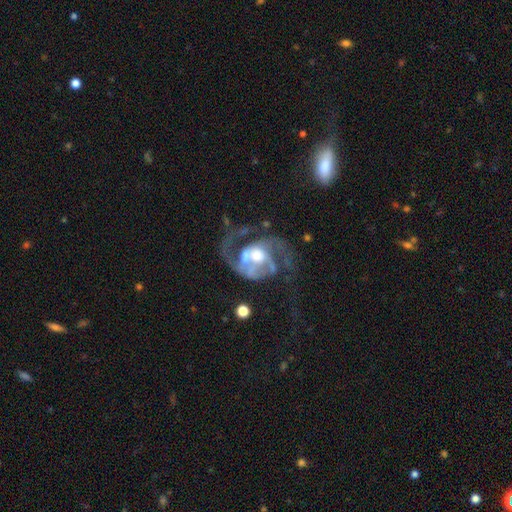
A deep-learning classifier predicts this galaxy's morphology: This is clearly a featured or disk galaxy (87%). It is clearly not viewed edge-on (98%). Bar: possibly no (55%). Spiral arm pattern: clearly yes (92%). Spiral arm count: likely 2 (76%). Spiral winding: possibly medium (48%). Central bulge: possibly moderate (58%). Merging: marginally none (38%).